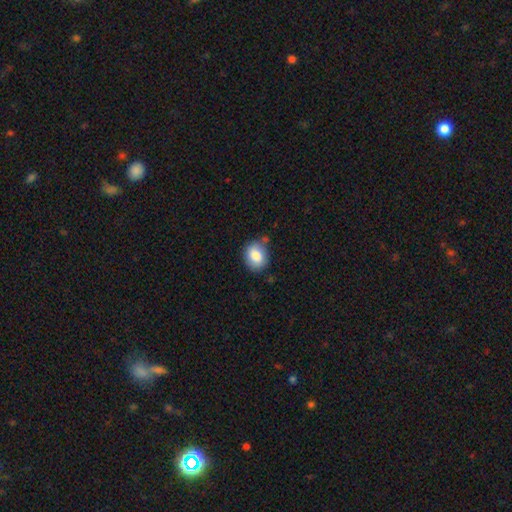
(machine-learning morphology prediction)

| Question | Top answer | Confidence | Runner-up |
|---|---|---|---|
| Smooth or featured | smooth | 83% | featured or disk (9%) |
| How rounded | round | 56% | in between (43%) |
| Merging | none | 73% | minor disturbance (19%) |